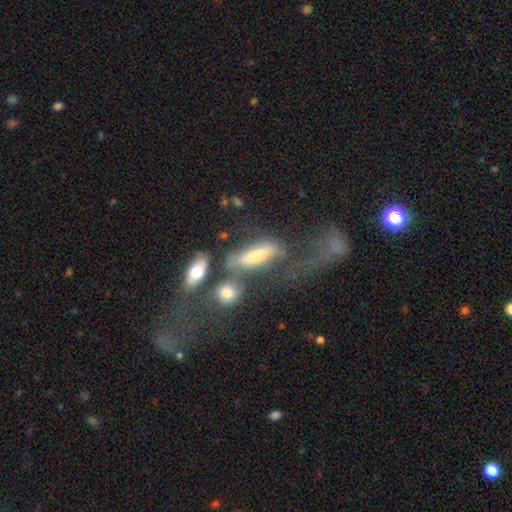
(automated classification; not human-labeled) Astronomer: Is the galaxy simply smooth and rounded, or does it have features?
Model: featured or disk — 44% (runner-up: smooth, 43%).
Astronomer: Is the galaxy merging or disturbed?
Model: merger — 39% (runner-up: major disturbance, 29%).